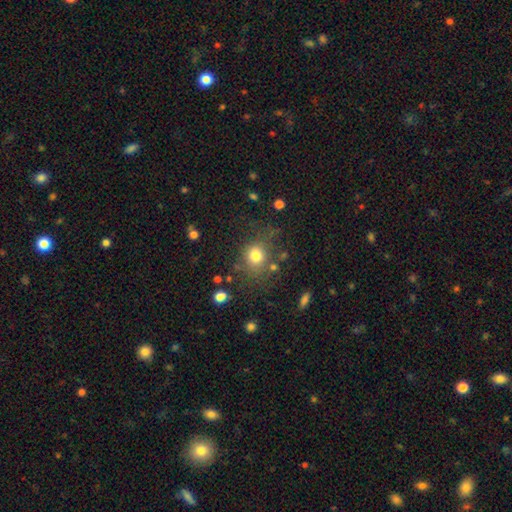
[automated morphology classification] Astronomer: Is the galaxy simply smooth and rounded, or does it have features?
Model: smooth — 78%.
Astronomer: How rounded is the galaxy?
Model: round — 77%.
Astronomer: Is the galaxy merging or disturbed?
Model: none — 70%.